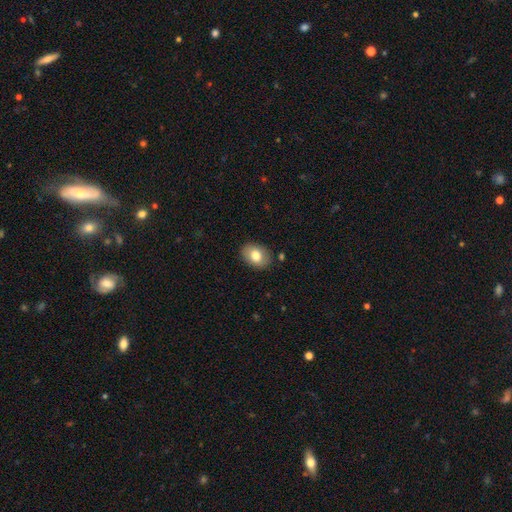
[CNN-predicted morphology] The model was most divided on "how rounded": in between: 72%, round: 27%, cigar-shaped: 1%. More confident: merging — none (87%); smooth or featured — smooth (79%).